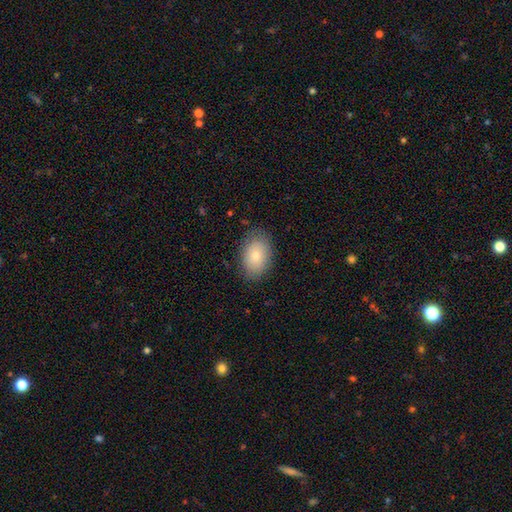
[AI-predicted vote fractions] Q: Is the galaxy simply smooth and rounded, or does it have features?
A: smooth — 78%.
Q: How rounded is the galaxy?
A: in between — 87%.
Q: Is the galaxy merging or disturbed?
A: none — 82%.